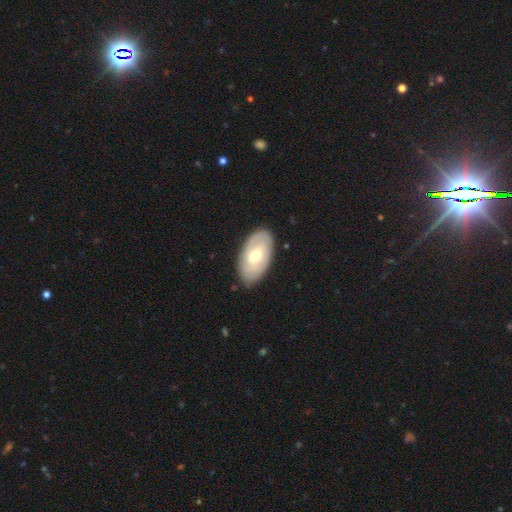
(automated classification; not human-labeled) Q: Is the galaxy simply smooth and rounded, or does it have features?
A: featured or disk — 61%.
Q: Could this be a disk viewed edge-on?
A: no — 92%.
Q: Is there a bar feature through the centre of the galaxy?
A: no — 55%.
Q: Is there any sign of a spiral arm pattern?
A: yes — 64%.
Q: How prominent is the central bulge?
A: moderate — 74%.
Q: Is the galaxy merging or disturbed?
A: none — 84%.